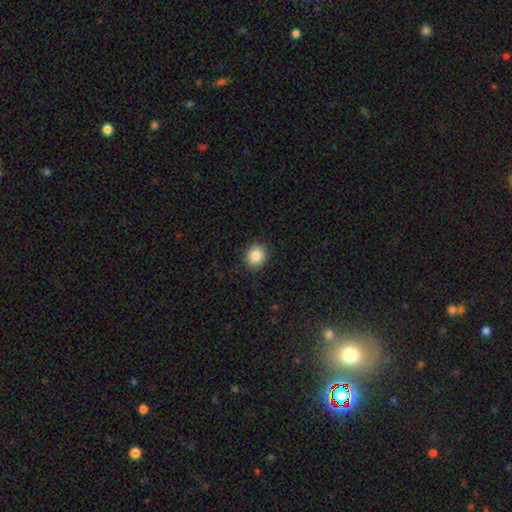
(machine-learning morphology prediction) This appears to be a smooth galaxy with no disk features (87%) that is round (77%). Merging: none (90%).